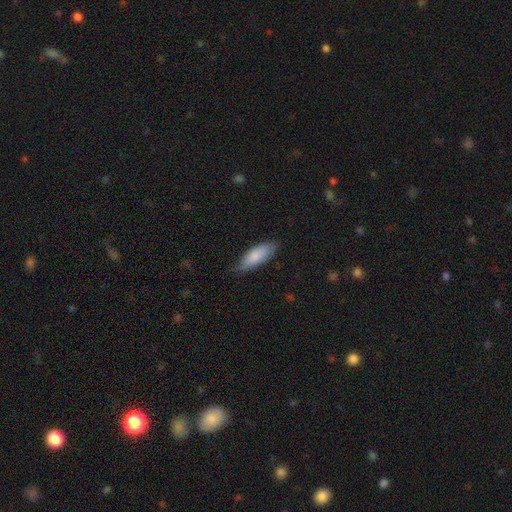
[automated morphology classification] type=smooth (80%); roundness=in between (73%); merging=none (67%).